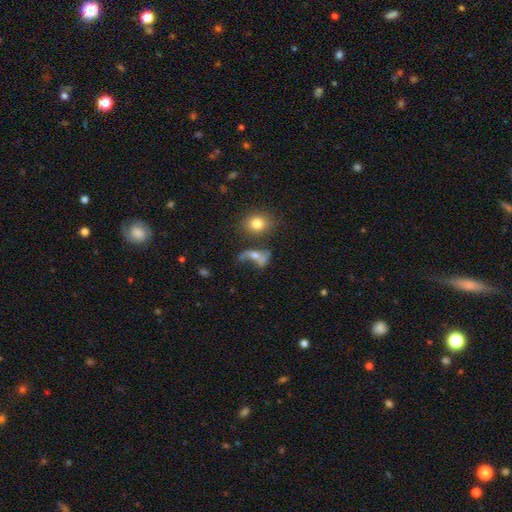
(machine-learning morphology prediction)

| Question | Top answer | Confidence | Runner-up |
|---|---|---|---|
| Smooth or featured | featured or disk | 45% | smooth (39%) |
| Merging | none | 33% | major disturbance (27%) |